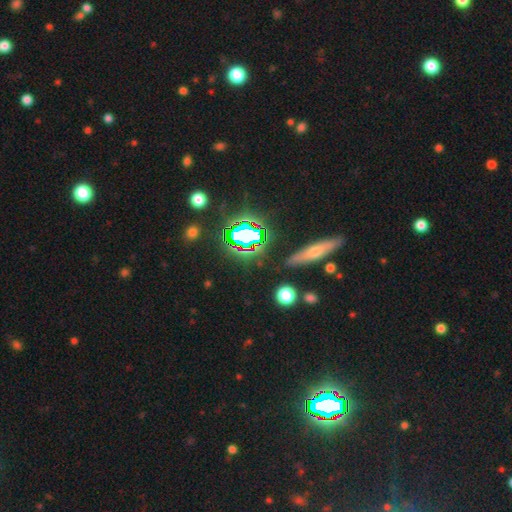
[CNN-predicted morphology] This is possibly a star or artifact rather than a galaxy (55%).